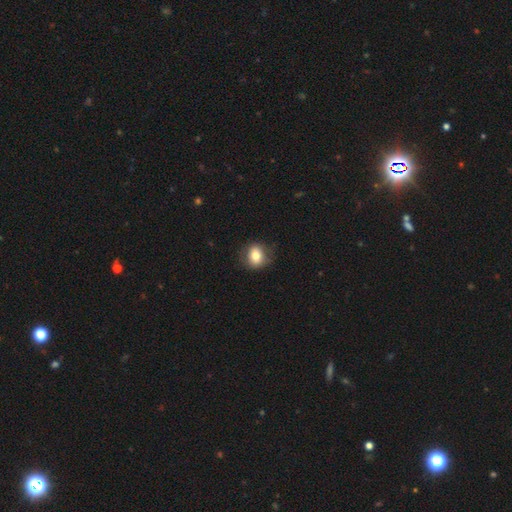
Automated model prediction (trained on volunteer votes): Smooth or featured? smooth (75%)
How rounded? round (66%)
Merging? none (78%)